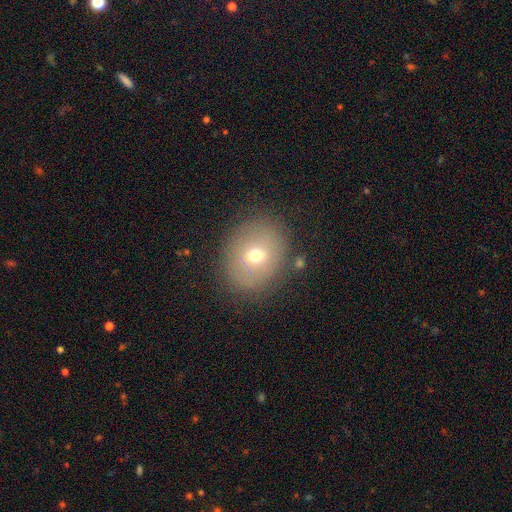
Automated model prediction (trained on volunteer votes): Smooth or featured?
  - smooth: 64% *
  - featured or disk: 23%
  - star or artifact: 12%
How rounded?
  - round: 62% *
  - in between: 37%
  - cigar-shaped: 1%
Merging?
  - none: 83% *
  - minor disturbance: 11%
  - major disturbance: 4%
  - merger: 2%